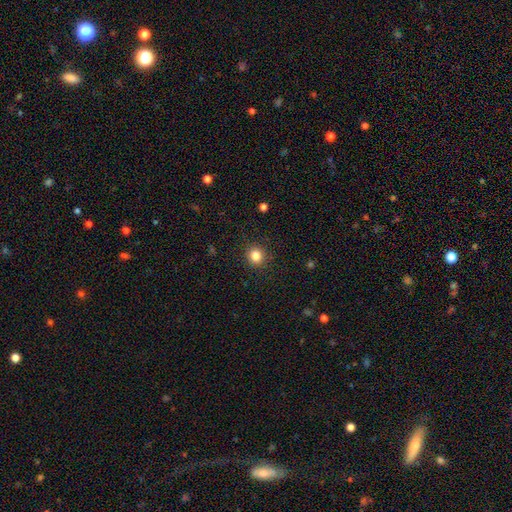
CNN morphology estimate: The model was most divided on "smooth or featured": smooth: 83%, star or artifact: 12%, featured or disk: 5%. More confident: merging — none (91%); how rounded — round (89%).